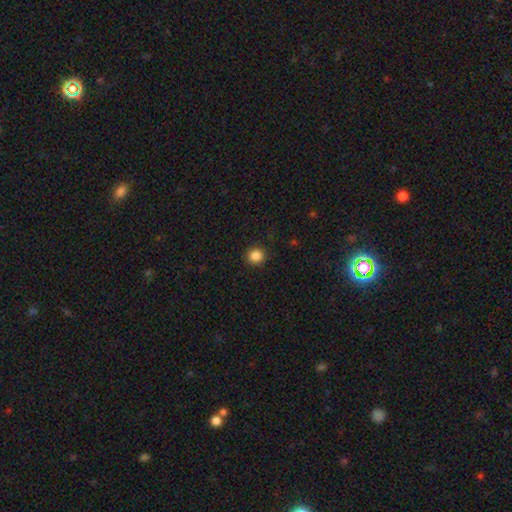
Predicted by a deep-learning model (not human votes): Smooth or featured? smooth (87%)
How rounded? round (91%)
Merging? none (92%)